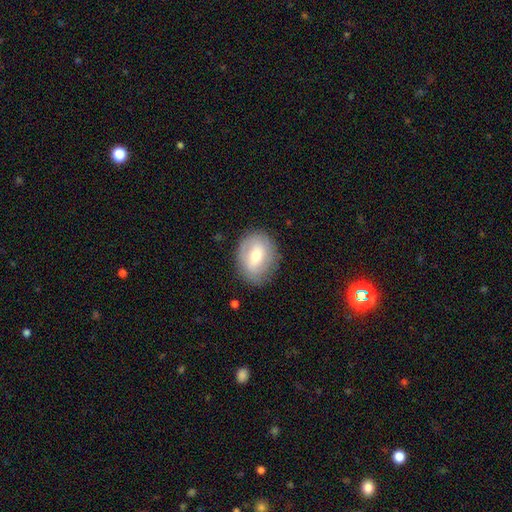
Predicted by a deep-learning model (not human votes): Q: Smooth or featured?
A: smooth (47%); runner-up: featured or disk (46%)
Q: Merging?
A: none (80%); runner-up: minor disturbance (14%)